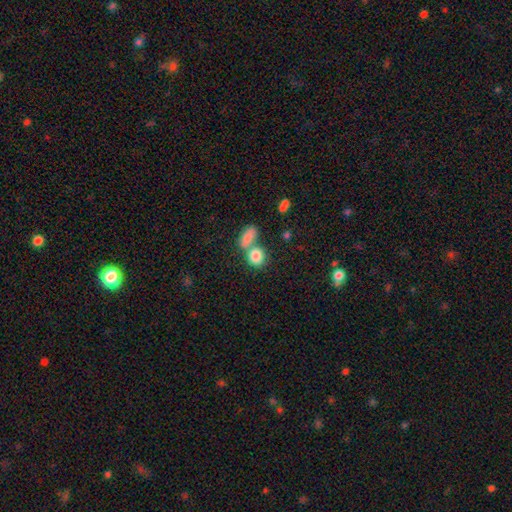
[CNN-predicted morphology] type=smooth (83%); roundness=round (60%); merging=merger (44%).